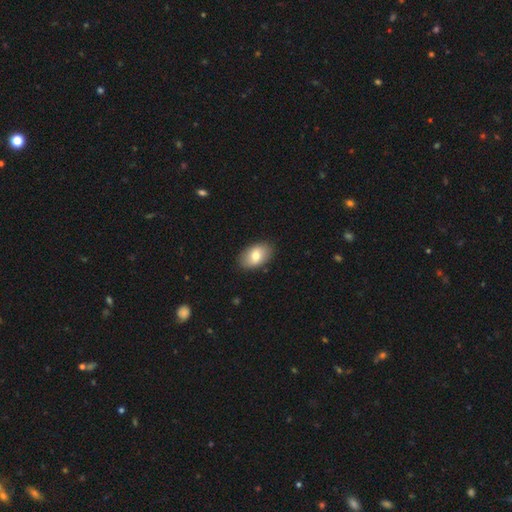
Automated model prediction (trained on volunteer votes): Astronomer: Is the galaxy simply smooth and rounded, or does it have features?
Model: smooth — 75%.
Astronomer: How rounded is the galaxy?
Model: in between — 89%.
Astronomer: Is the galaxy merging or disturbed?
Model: none — 87%.